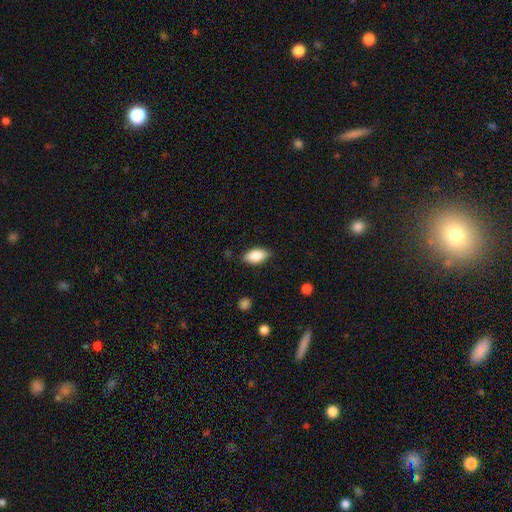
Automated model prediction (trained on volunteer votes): A smooth galaxy with no disk features (86%) that is in between round and cigar-shaped (91%). Merging: none (84%).